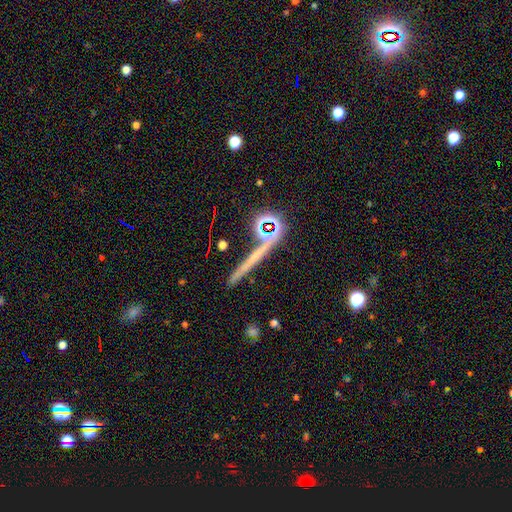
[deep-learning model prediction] The model was most divided on "smooth or featured": featured or disk: 36%, smooth: 35%, star or artifact: 29%. More confident: merging — none (77%).